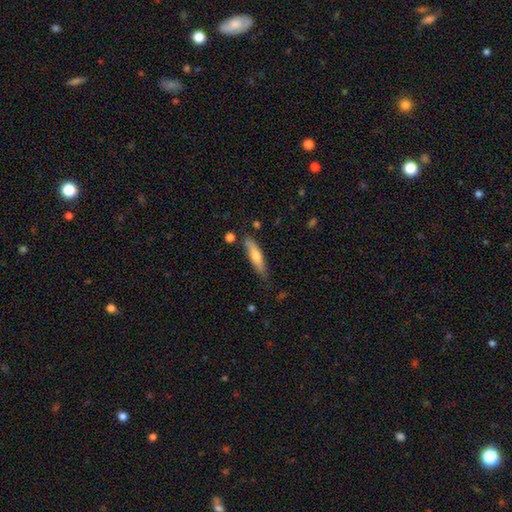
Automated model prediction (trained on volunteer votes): Smooth or featured: smooth — 65% (featured or disk — 29%)
How rounded: cigar-shaped — 75% (in between — 23%)
Merging: none — 76% (minor disturbance — 18%)